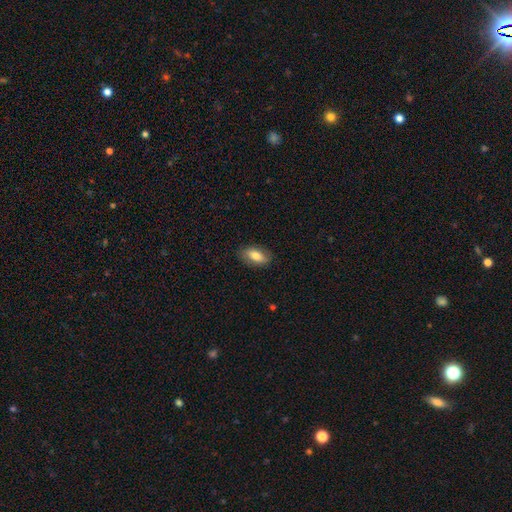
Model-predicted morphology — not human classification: A smooth galaxy with no disk features (77%) that is in between round and cigar-shaped (89%). Merging: none (85%).